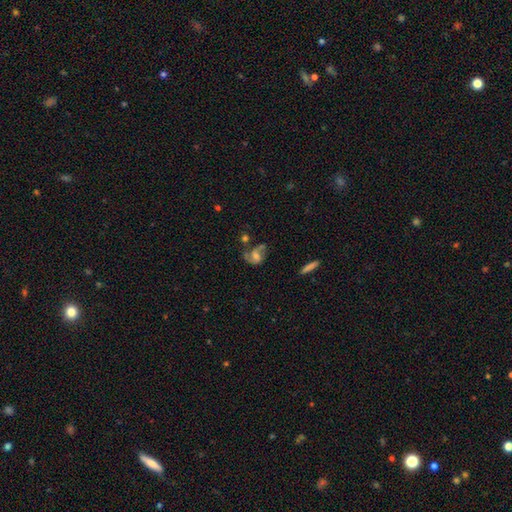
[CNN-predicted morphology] The model was most divided on "spiral winding": medium: 45%, loose: 38%, tight: 17%. Remaining: edge-on disk — no (97%); spiral arms — yes (86%); spiral arm count — 2 (76%); smooth or featured — featured or disk (68%); bulge size — moderate (50%); bar — no (50%); merging — none (44%).